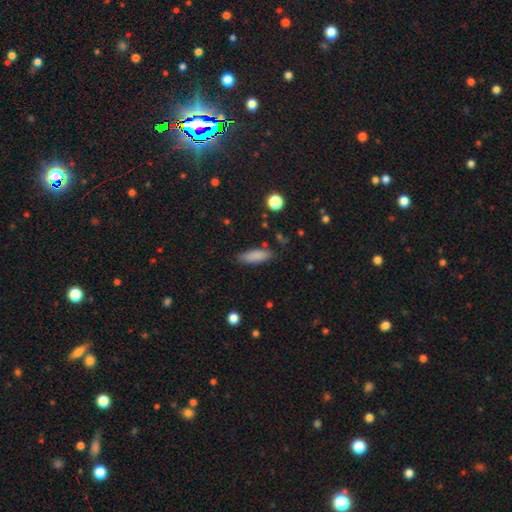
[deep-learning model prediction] smooth-or-featured: smooth: 86% | star or artifact: 7% | featured or disk: 7%
  how-rounded: in between: 63% | cigar-shaped: 35% | round: 2%
  merging: none: 81% | minor disturbance: 13% | major disturbance: 3% | merger: 2%